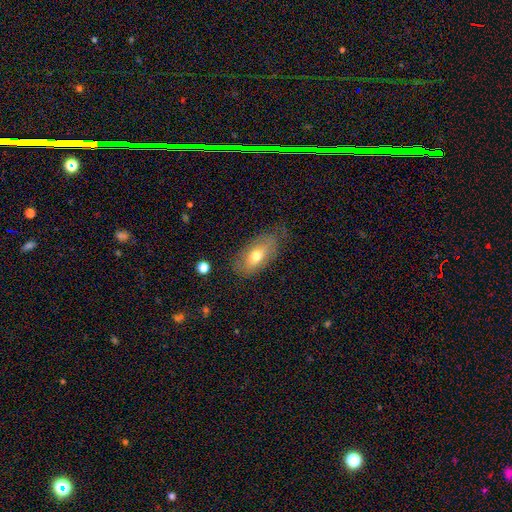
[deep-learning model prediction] A smooth galaxy with no disk features (66%) that is in between round and cigar-shaped (88%).

Vote fractions:
- Smooth or featured? smooth: 66% / featured or disk: 26% / star or artifact: 8%
- How rounded? in between: 88% / cigar-shaped: 7% / round: 5%
- Merging? none: 70% / minor disturbance: 22% / major disturbance: 7% / merger: 2%